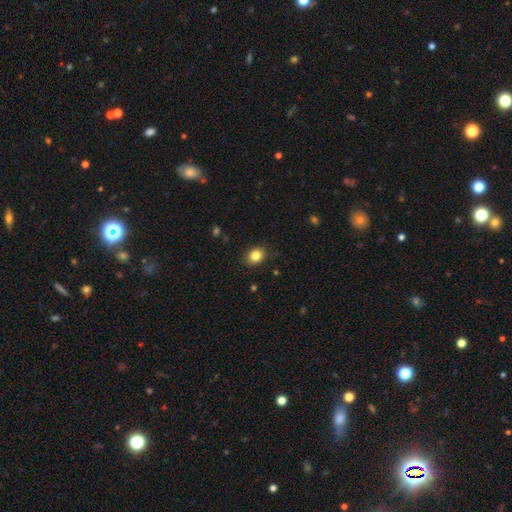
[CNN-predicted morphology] type=smooth (84%); roundness=round (56%); merging=none (86%).